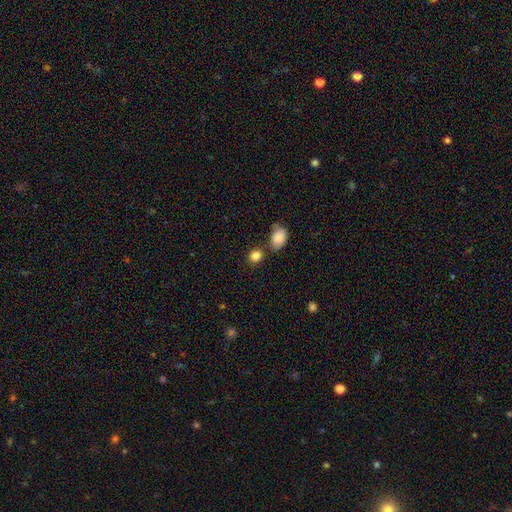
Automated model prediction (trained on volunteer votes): A smooth galaxy with no disk features (85%) that is round (69%). Merging: none (66%).